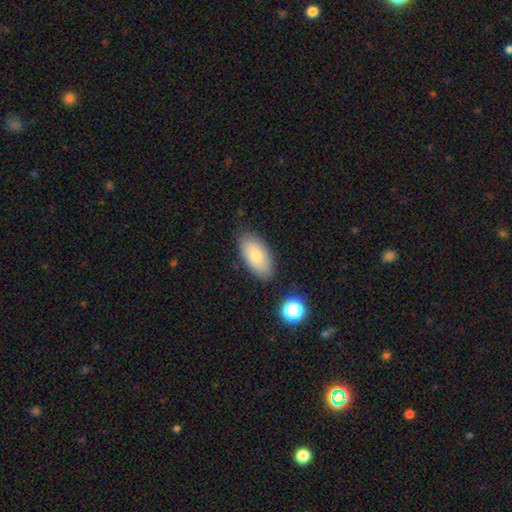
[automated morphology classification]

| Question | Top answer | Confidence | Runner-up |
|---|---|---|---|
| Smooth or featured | smooth | 78% | featured or disk (15%) |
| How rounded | in between | 93% | cigar-shaped (4%) |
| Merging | none | 81% | minor disturbance (13%) |